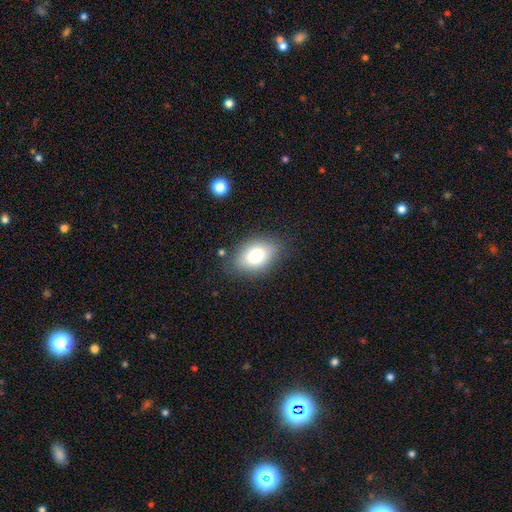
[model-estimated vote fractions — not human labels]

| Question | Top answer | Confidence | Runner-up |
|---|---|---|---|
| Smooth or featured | smooth | 79% | featured or disk (12%) |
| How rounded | in between | 86% | round (13%) |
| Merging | none | 81% | minor disturbance (13%) |